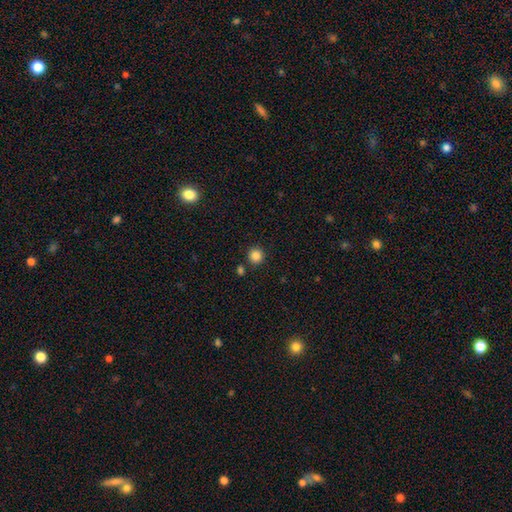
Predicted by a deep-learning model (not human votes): This is clearly a smooth galaxy (85%). How rounded: clearly round (94%). Merging: clearly none (86%).